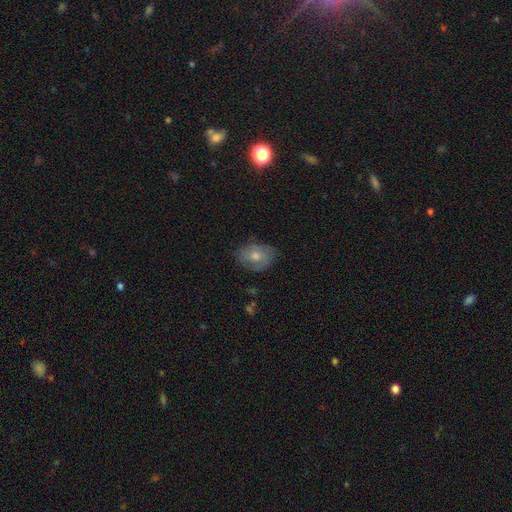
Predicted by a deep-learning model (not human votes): Morphology: type=featured or disk (47%); merging=none (76%).